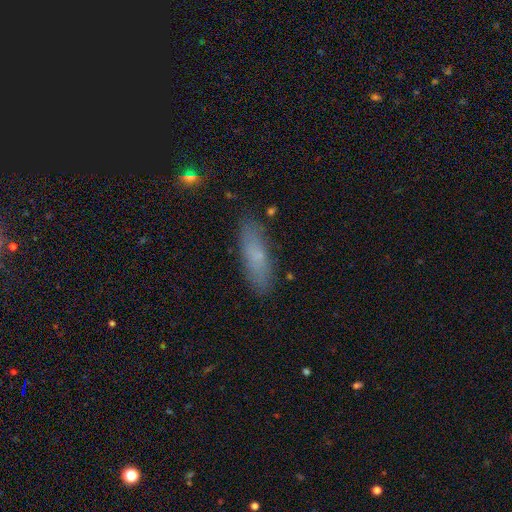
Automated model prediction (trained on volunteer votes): Smooth or featured?
  - smooth: 70% *
  - featured or disk: 22%
  - star or artifact: 8%
How rounded?
  - cigar-shaped: 62% *
  - in between: 36%
  - round: 2%
Merging?
  - none: 85% *
  - minor disturbance: 11%
  - major disturbance: 2%
  - merger: 1%